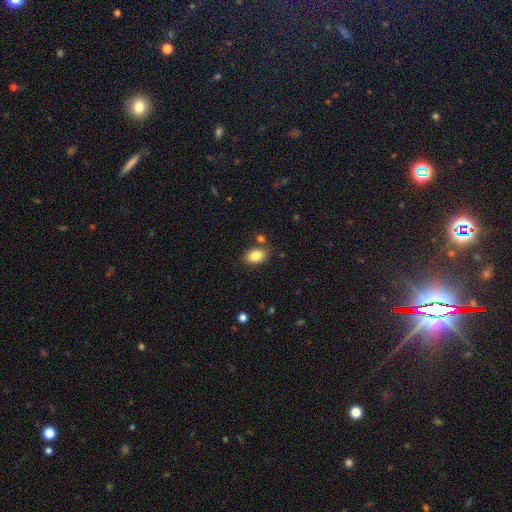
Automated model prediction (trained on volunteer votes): smooth-or-featured: smooth: 85% | star or artifact: 8% | featured or disk: 6%
  how-rounded: in between: 85% | round: 14% | cigar-shaped: 1%
  merging: none: 78% | minor disturbance: 12% | merger: 7% | major disturbance: 3%